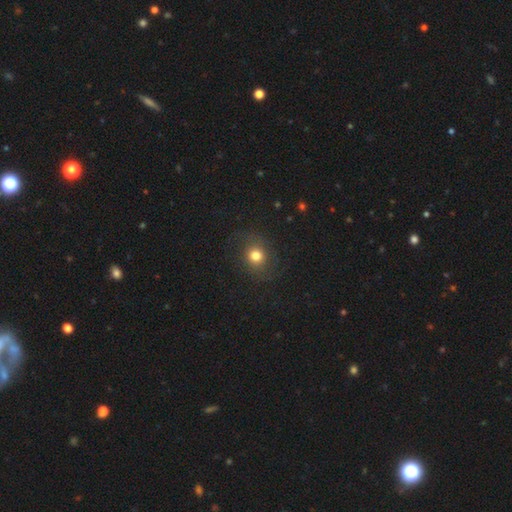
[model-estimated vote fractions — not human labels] This is likely a smooth galaxy (74%). How rounded: likely round (79%). Merging: clearly none (81%).